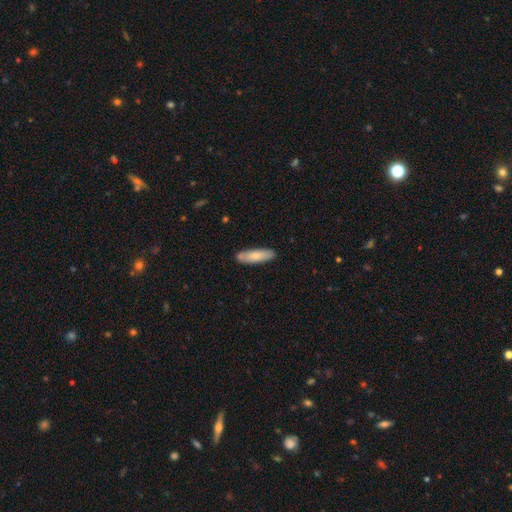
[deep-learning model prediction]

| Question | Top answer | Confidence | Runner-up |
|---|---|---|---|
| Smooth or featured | smooth | 79% | featured or disk (16%) |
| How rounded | cigar-shaped | 56% | in between (42%) |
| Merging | none | 84% | minor disturbance (12%) |